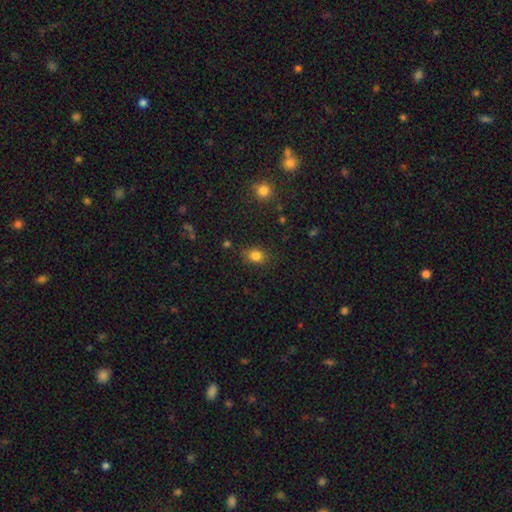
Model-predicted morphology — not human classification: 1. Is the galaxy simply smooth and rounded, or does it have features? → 82% smooth, 13% star or artifact, 6% featured or disk.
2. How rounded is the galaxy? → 53% in between, 46% round, 1% cigar-shaped.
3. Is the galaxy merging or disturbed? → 80% none, 14% minor disturbance, 4% major disturbance, 2% merger.